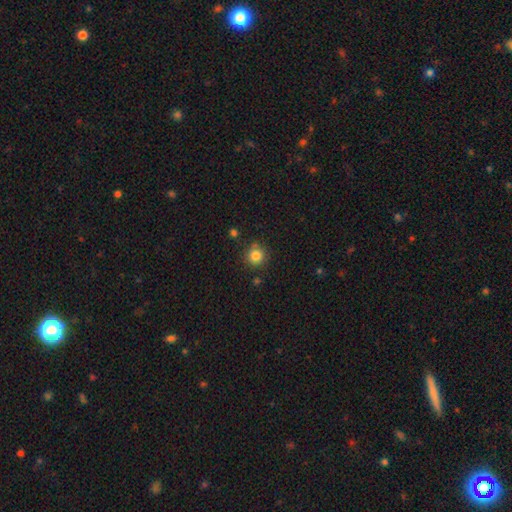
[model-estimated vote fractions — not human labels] Smooth or featured? smooth (84%)
How rounded? round (93%)
Merging? none (83%)